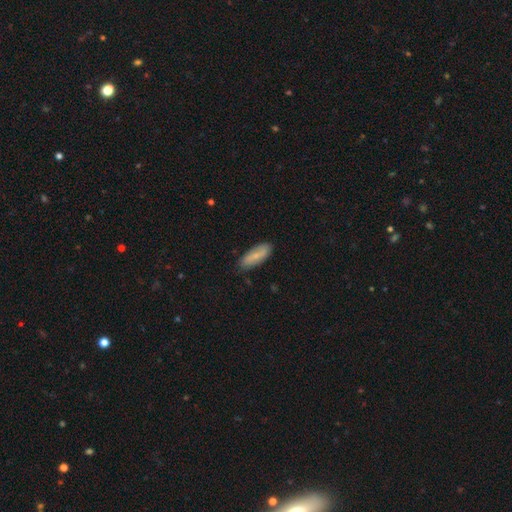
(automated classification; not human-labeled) The model was most divided on "how rounded": in between: 68%, cigar-shaped: 30%, round: 2%. More confident: merging — none (83%); smooth or featured — smooth (66%).